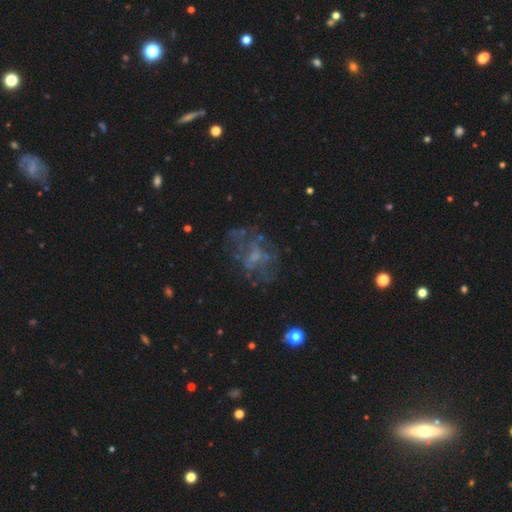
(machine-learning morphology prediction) type=featured or disk (61%); edge-on=no (97%); bar=no (70%); spiral arms=no (72%); bulge=small (39%); merging=none (55%).